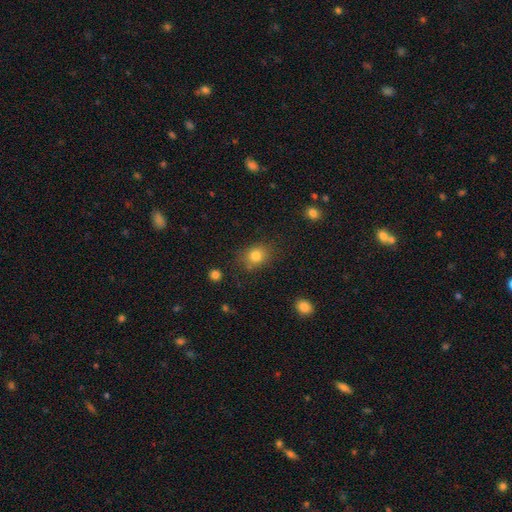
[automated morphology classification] smooth 82%, star or artifact 11%, featured or disk 7%. Down the decision tree: how rounded — round (56%); merging — none (78%).